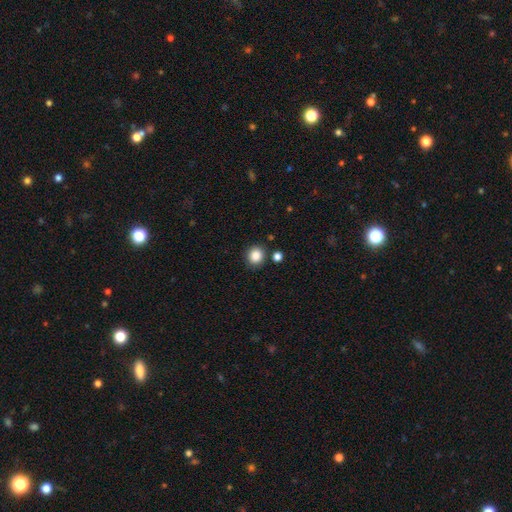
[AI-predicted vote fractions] smooth-or-featured: smooth: 86% | star or artifact: 10% | featured or disk: 4%
  how-rounded: round: 84% | in between: 15% | cigar-shaped: 1%
  merging: none: 85% | minor disturbance: 8% | merger: 5% | major disturbance: 2%